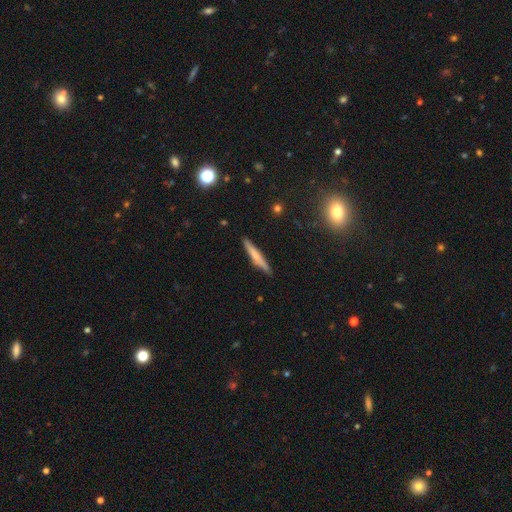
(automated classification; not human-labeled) Q: Smooth or featured?
A: smooth (60%); runner-up: featured or disk (33%)
Q: How rounded?
A: cigar-shaped (94%); runner-up: in between (5%)
Q: Merging?
A: none (84%); runner-up: minor disturbance (12%)